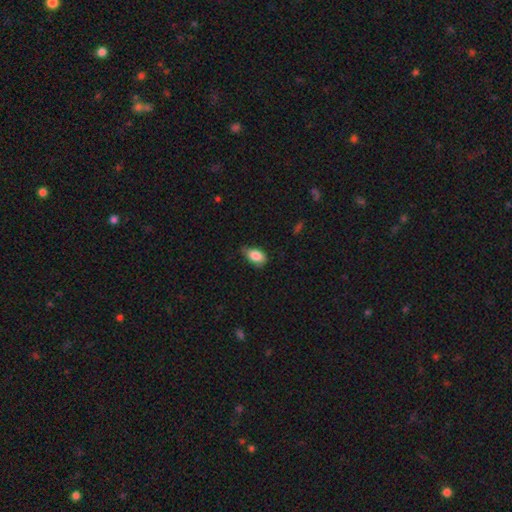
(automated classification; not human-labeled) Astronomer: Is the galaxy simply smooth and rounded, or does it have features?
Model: smooth — 85%.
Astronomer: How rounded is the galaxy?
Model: in between — 91%.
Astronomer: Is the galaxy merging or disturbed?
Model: none — 59%.